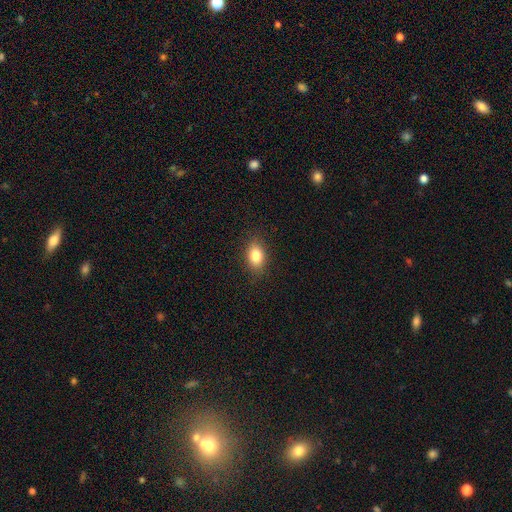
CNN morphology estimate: smooth-or-featured: smooth: 83% | star or artifact: 9% | featured or disk: 9%
  how-rounded: in between: 82% | round: 16% | cigar-shaped: 2%
  merging: none: 87% | minor disturbance: 9% | major disturbance: 3% | merger: 1%